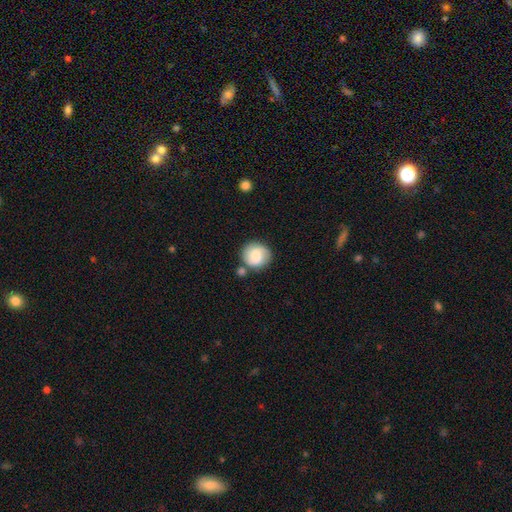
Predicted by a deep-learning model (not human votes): Smooth or featured? Predicted: smooth (p=0.59). How rounded? Predicted: round (p=0.89). Merging? Predicted: none (p=0.71).